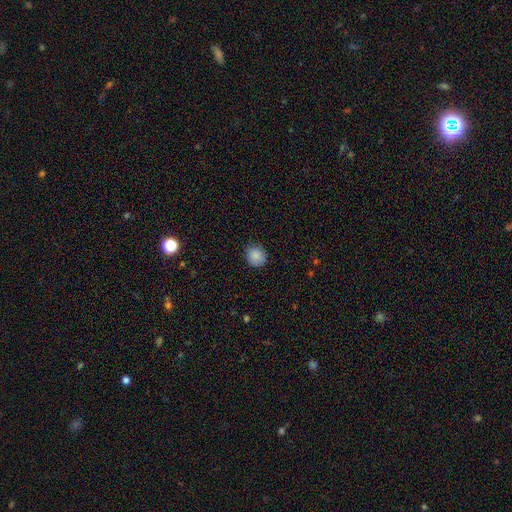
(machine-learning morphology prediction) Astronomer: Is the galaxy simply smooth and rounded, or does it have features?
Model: smooth — 87%.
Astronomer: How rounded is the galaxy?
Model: round — 77%.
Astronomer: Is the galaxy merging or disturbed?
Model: none — 86%.